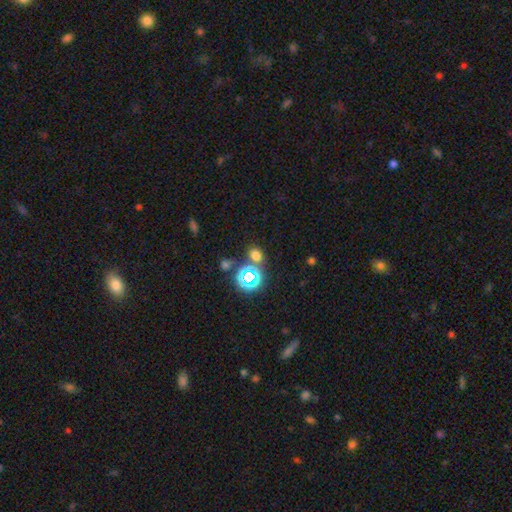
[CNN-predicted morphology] A smooth galaxy with no disk features (63%) that is round (62%). Merging: none (72%).